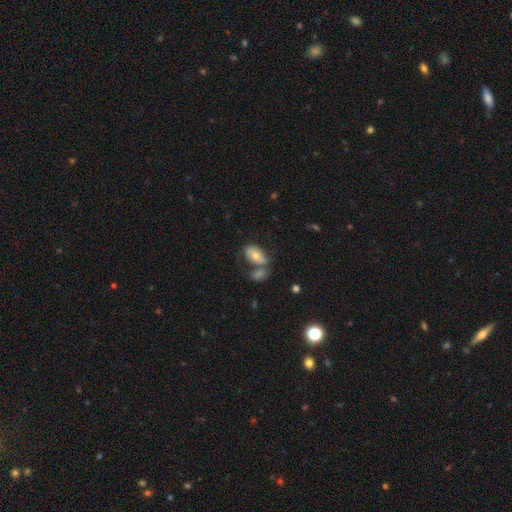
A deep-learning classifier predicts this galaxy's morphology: smooth 67%, featured or disk 25%, star or artifact 8%. Down the decision tree: how rounded — in between (91%); merging — none (45%).